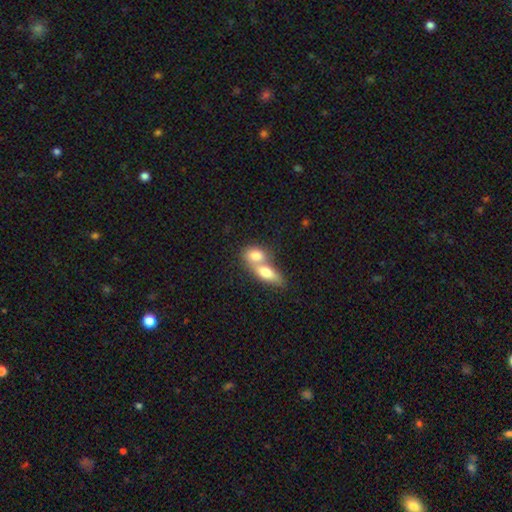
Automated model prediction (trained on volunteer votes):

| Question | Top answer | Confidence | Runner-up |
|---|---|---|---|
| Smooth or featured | smooth | 76% | featured or disk (17%) |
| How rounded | in between | 72% | round (21%) |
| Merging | merger | 73% | none (18%) |